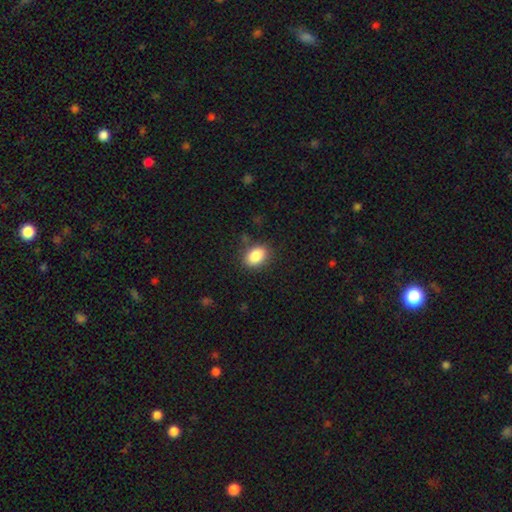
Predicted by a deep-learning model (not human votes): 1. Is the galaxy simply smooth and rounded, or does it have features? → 87% smooth, 8% star or artifact, 5% featured or disk.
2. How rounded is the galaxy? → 83% in between, 16% round, 1% cigar-shaped.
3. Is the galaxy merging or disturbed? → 84% none, 11% minor disturbance, 3% major disturbance, 1% merger.